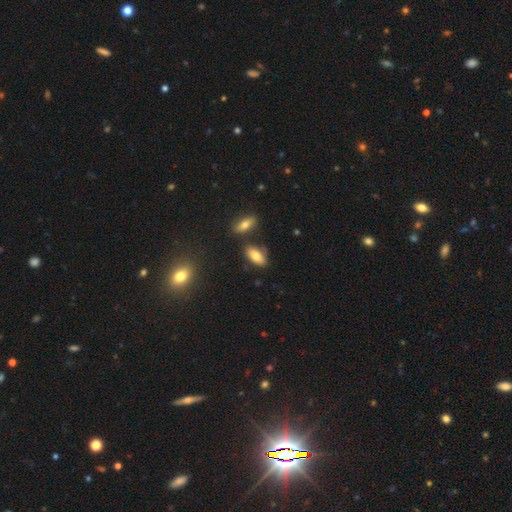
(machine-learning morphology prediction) Overall: smooth (80%). How rounded: in between (89%). Merging: none (75%).